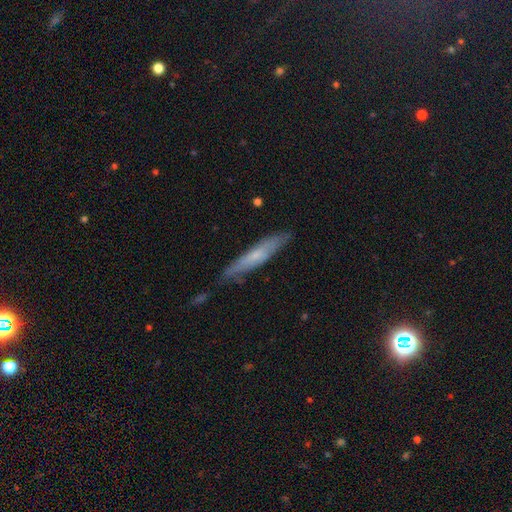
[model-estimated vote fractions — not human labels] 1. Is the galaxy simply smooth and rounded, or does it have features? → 53% smooth, 41% featured or disk, 6% star or artifact.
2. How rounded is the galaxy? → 90% cigar-shaped, 8% in between, 1% round.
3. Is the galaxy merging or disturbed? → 77% none, 18% minor disturbance, 3% major disturbance, 2% merger.